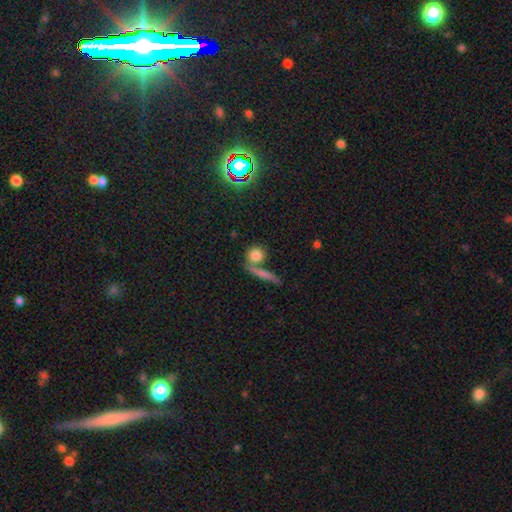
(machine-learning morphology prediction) Smooth or featured: smooth — 78% (featured or disk — 12%)
How rounded: round — 79% (in between — 14%)
Merging: none — 58% (merger — 26%)